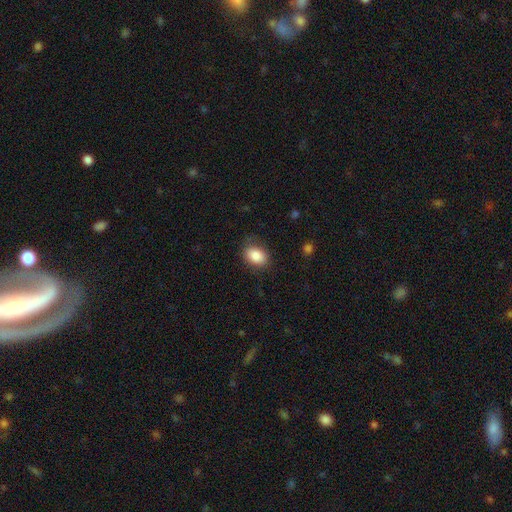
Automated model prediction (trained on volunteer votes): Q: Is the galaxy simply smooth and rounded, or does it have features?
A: smooth — 86%.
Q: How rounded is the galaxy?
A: in between — 76%.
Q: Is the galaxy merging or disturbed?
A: none — 79%.